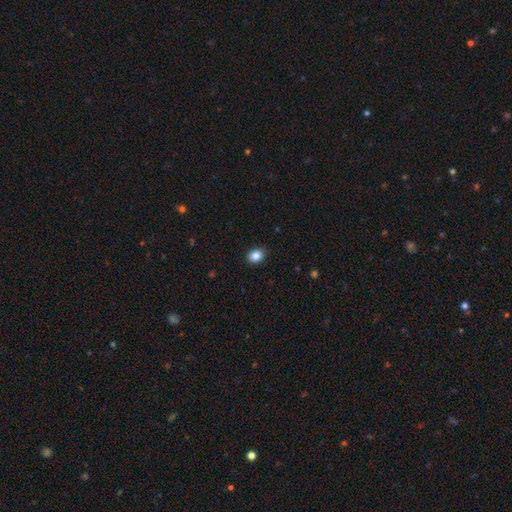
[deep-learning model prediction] smooth 86%, star or artifact 10%, featured or disk 4%. Down the decision tree: how rounded — in between (50%); merging — none (90%).